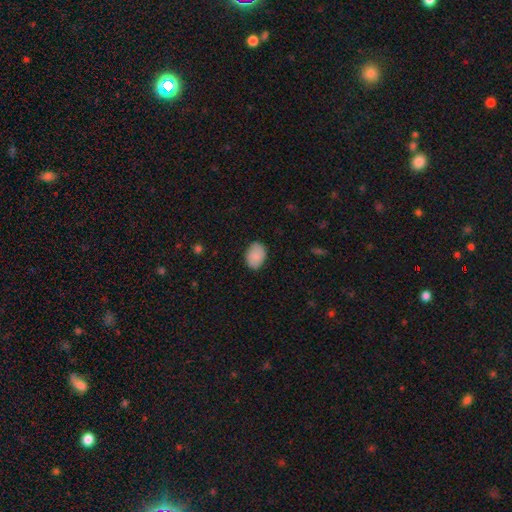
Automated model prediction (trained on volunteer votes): This is clearly a smooth galaxy (87%). How rounded: likely in between (77%). Merging: clearly none (81%).